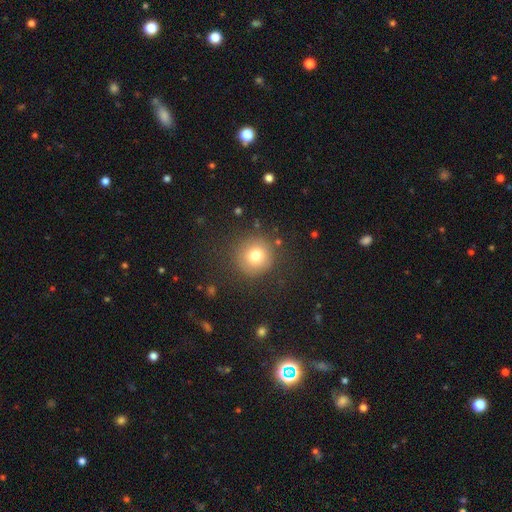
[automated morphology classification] smooth 76%, star or artifact 13%, featured or disk 11%. Down the decision tree: how rounded — round (93%); merging — none (85%).